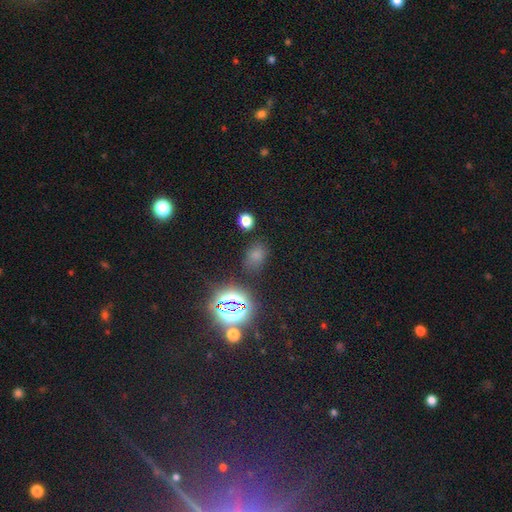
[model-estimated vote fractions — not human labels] Morphology: type=smooth (63%); roundness=in between (72%); merging=none (73%).